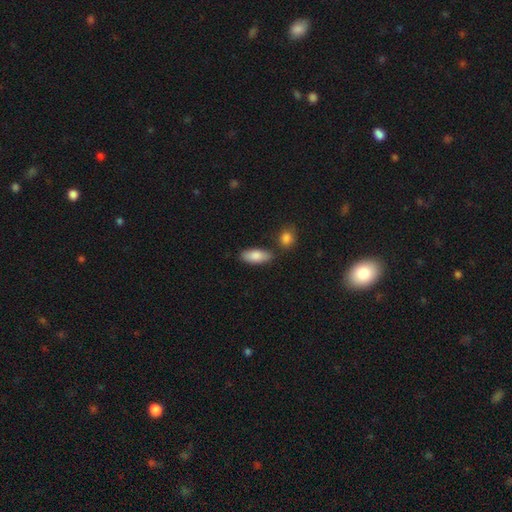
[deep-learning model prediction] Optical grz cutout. It shows a smooth galaxy with no disk features (85%) that is in between round and cigar-shaped (85%). Merging: none (74%).